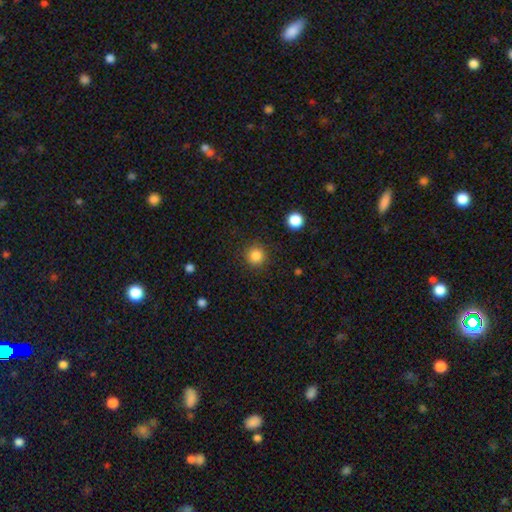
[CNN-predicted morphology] This is clearly a smooth galaxy (85%). How rounded: clearly round (95%). Merging: clearly none (90%).